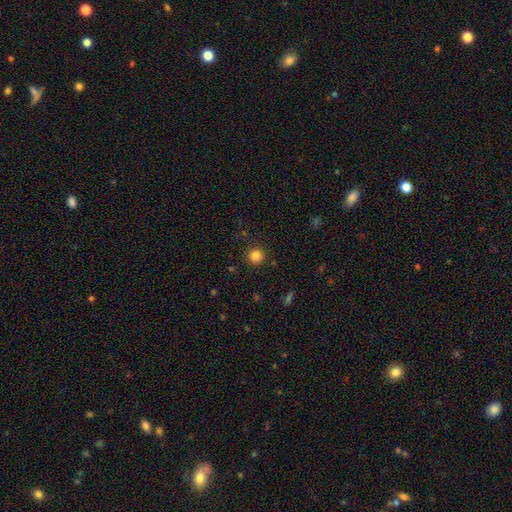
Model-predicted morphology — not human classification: Smooth or featured?
  - smooth: 83% *
  - star or artifact: 12%
  - featured or disk: 5%
How rounded?
  - round: 94% *
  - in between: 5%
  - cigar-shaped: 1%
Merging?
  - none: 91% *
  - minor disturbance: 6%
  - major disturbance: 2%
  - merger: 1%